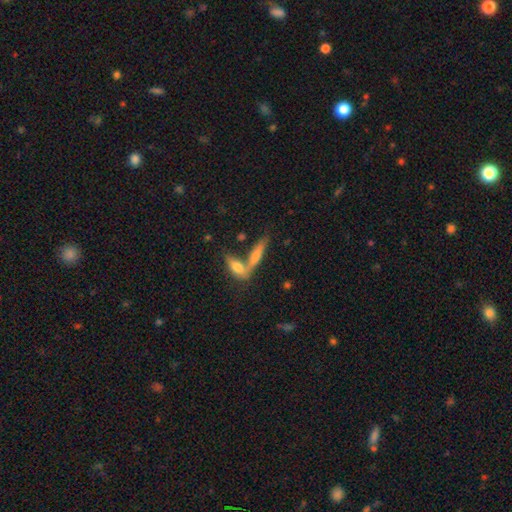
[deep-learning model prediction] Smooth or featured? Predicted: smooth (p=0.60). How rounded? Predicted: cigar-shaped (p=0.67). Merging? Predicted: merger (p=0.48).